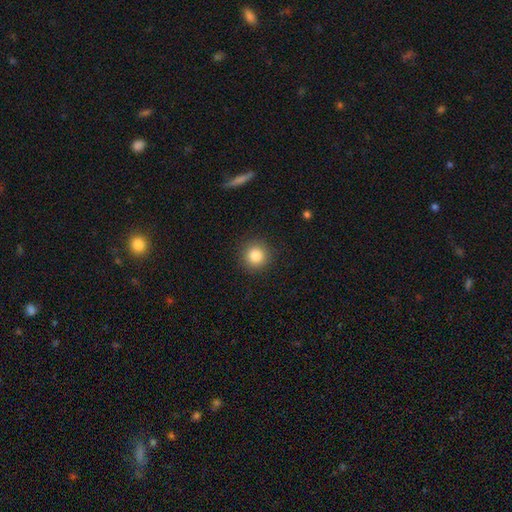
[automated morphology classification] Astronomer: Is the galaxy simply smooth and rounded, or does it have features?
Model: smooth — 84%.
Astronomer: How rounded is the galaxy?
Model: round — 94%.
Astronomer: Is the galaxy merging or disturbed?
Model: none — 91%.